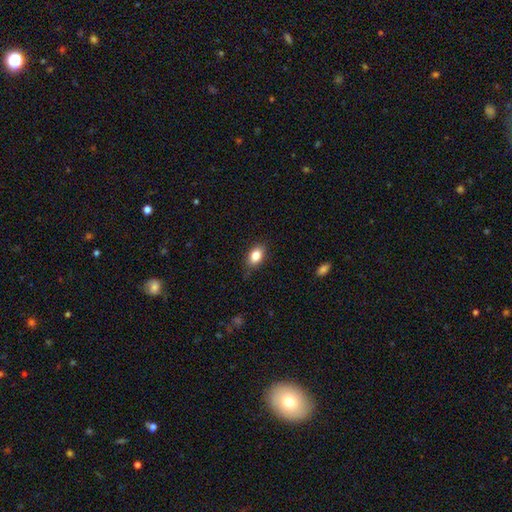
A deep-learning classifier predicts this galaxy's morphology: smooth 84%, featured or disk 8%, star or artifact 8%. Down the decision tree: how rounded — in between (87%); merging — none (80%).